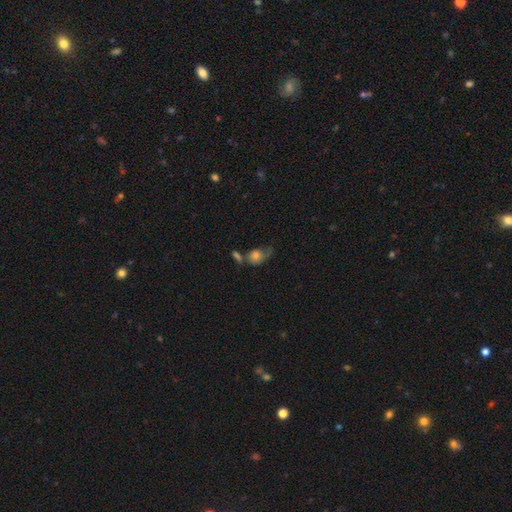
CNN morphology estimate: Smooth or featured?
  - smooth: 68% *
  - featured or disk: 22%
  - star or artifact: 10%
How rounded?
  - in between: 54% *
  - round: 43%
  - cigar-shaped: 2%
Merging?
  - major disturbance: 28% *
  - merger: 27%
  - none: 24%
  - minor disturbance: 21%